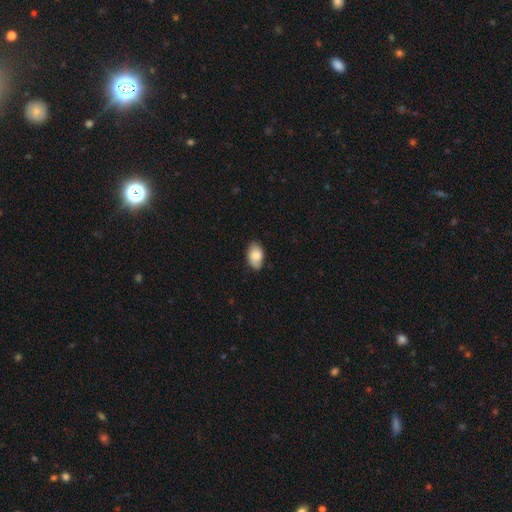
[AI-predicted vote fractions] Smooth or featured: smooth — 79% (featured or disk — 15%)
How rounded: in between — 92% (round — 7%)
Merging: none — 77% (minor disturbance — 19%)